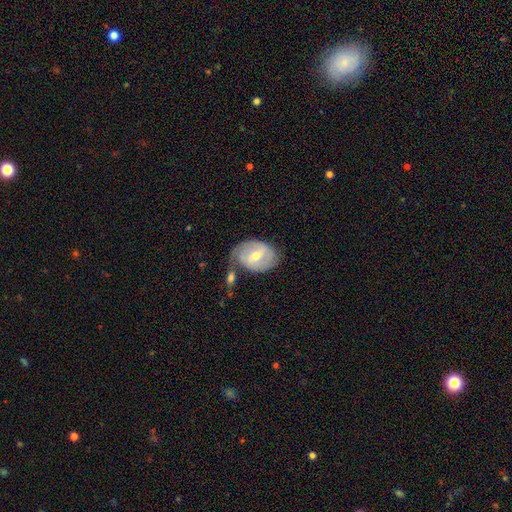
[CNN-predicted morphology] Smooth or featured: featured or disk — 64% (smooth — 30%)
Edge-on disk: no — 95% (yes — 5%)
Bar: weak — 52% (strong — 31%)
Spiral arms: yes — 70% (no — 30%)
Bulge size: moderate — 62% (small — 34%)
Merging: none — 54% (minor disturbance — 21%)